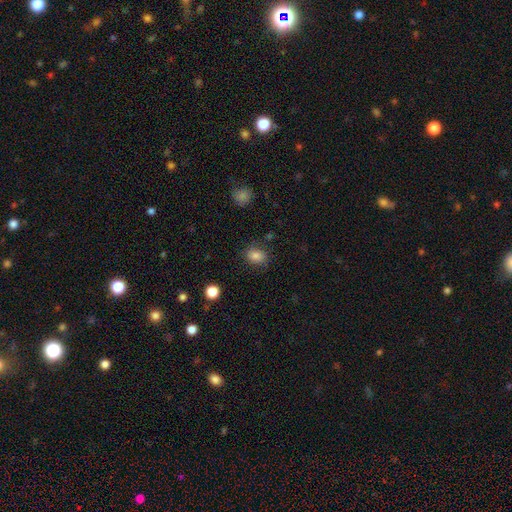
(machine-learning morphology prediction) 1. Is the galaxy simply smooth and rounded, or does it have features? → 82% smooth, 11% star or artifact, 7% featured or disk.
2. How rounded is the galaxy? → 56% in between, 43% round, 1% cigar-shaped.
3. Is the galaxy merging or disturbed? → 79% none, 15% minor disturbance, 5% major disturbance, 2% merger.